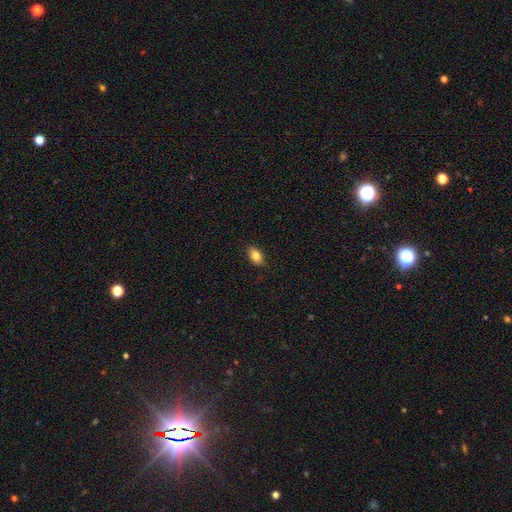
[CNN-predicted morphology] Smooth or featured? smooth (83%)
How rounded? in between (85%)
Merging? none (88%)